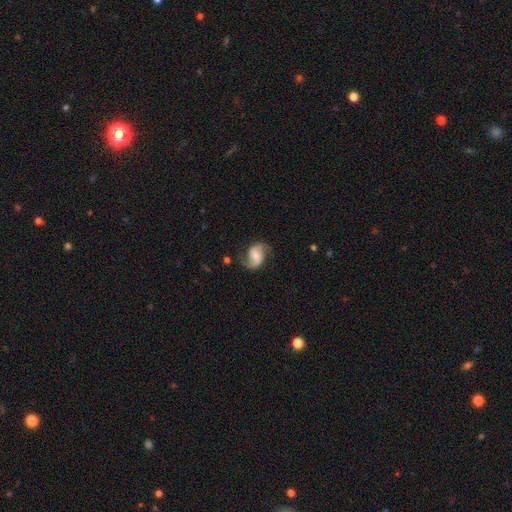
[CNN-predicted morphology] A featured or disk galaxy (82%) with no bar (45%), 2 (92%) loose (51%) spiral arms (96%) and a small central bulge (41%).

Vote fractions:
- Smooth or featured? featured or disk: 82% / smooth: 12% / star or artifact: 6%
- Edge-on disk? no: 98% / yes: 2%
- Bar? no: 45% / weak: 39% / strong: 16%
- Spiral arms? yes: 96% / no: 4%
- Spiral winding? loose: 51% / medium: 39% / tight: 10%
- Spiral arm count? 2: 92% / 1: 3% / can't tell: 2% / 3: 1% / 4: 1% / more than 4: 1%
- Bulge size? small: 41% / moderate: 36% / none: 12% / large: 9% / dominant: 2%
- Merging? none: 75% / minor disturbance: 16% / major disturbance: 7% / merger: 2%